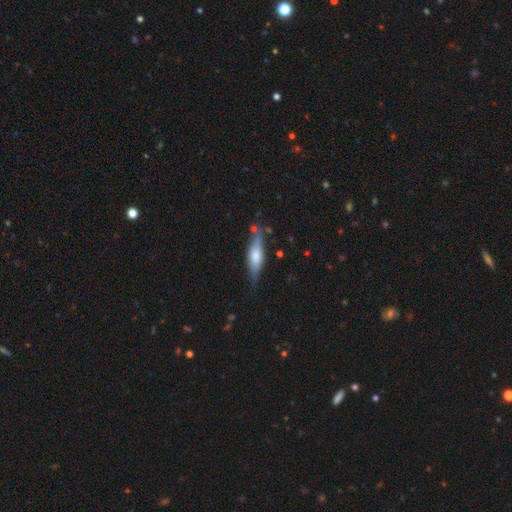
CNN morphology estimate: Smooth or featured?
  - smooth: 53% *
  - featured or disk: 41%
  - star or artifact: 6%
How rounded?
  - cigar-shaped: 60% *
  - in between: 38%
  - round: 2%
Merging?
  - none: 72% *
  - minor disturbance: 20%
  - merger: 4%
  - major disturbance: 4%